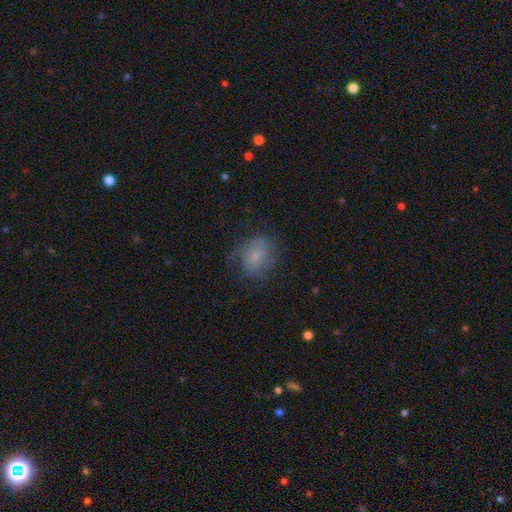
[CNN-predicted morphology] smooth_or_featured: smooth (p=0.50) [alt: featured or disk p=0.40]
merging: none (p=0.62) [alt: minor disturbance p=0.23]